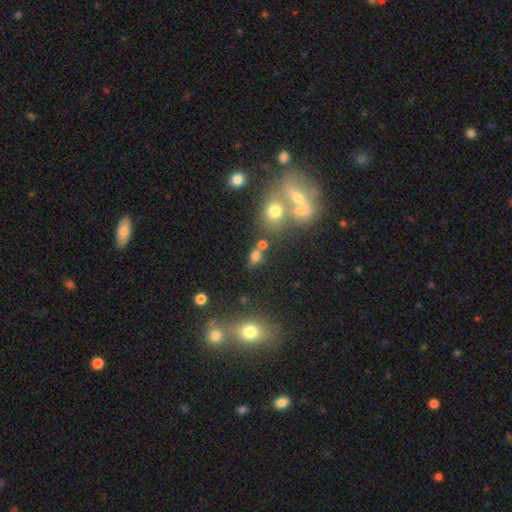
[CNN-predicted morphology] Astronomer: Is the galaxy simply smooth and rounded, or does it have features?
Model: smooth — 69%.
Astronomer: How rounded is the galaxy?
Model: in between — 65%.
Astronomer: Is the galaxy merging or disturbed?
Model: none — 53%.